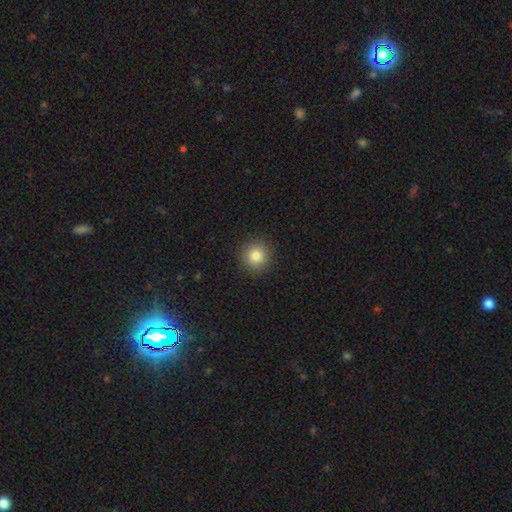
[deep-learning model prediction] A smooth galaxy with no disk features (83%) that is round (94%).

Vote fractions:
- Smooth or featured? smooth: 83% / star or artifact: 11% / featured or disk: 6%
- How rounded? round: 94% / in between: 5% / cigar-shaped: 1%
- Merging? none: 91% / minor disturbance: 6% / major disturbance: 2% / merger: 1%